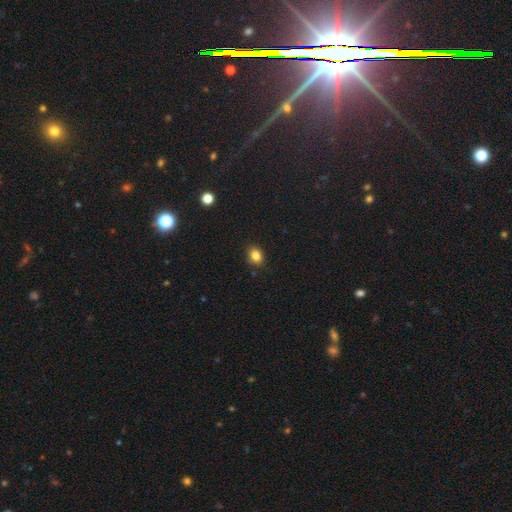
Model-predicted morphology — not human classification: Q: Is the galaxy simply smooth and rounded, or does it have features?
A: smooth — 83%.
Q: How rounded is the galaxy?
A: in between — 51%.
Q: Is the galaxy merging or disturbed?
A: none — 85%.